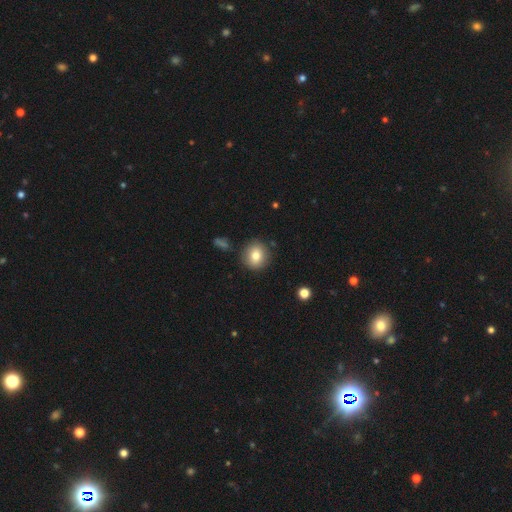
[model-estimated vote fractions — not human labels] Smooth or featured? Predicted: smooth (p=0.80). How rounded? Predicted: round (p=0.86). Merging? Predicted: none (p=0.86).